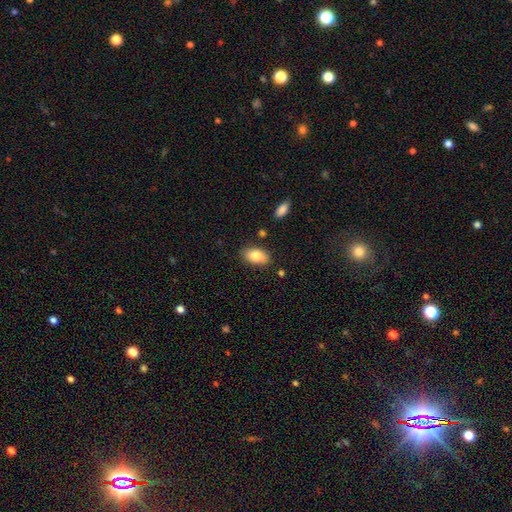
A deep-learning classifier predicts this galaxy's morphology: A smooth galaxy with no disk features (82%) that is in between round and cigar-shaped (92%). Merging: none (82%).